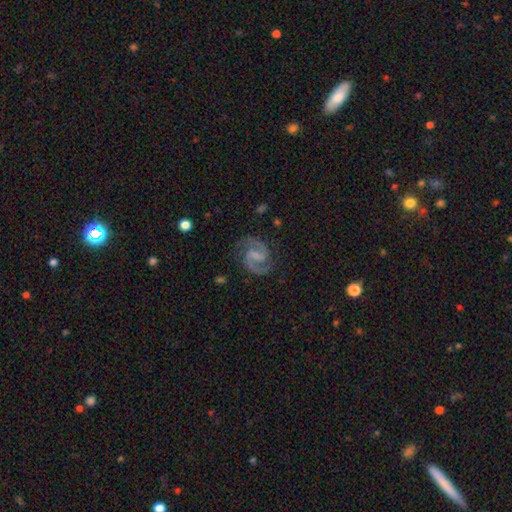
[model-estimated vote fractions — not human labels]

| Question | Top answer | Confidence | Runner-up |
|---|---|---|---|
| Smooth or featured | featured or disk | 91% | star or artifact (5%) |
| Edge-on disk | no | 98% | yes (2%) |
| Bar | weak | 49% | strong (33%) |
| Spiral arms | yes | 98% | no (2%) |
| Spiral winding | medium | 64% | tight (22%) |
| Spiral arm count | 2 | 94% | can't tell (2%) |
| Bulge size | none | 52% | small (29%) |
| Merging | none | 82% | minor disturbance (12%) |